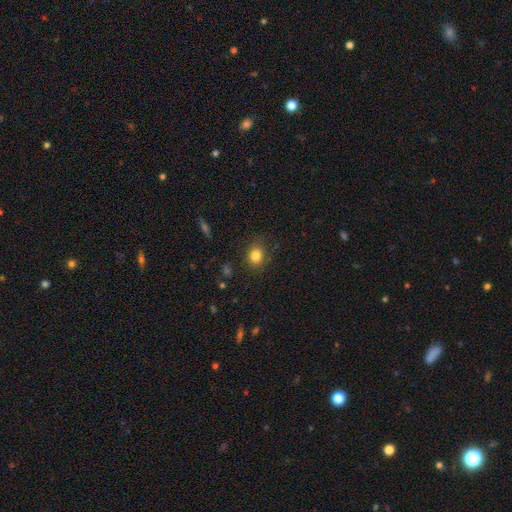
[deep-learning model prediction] smooth_or_featured: smooth (p=0.82) [alt: star or artifact p=0.12]
how_rounded: round (p=0.61) [alt: in between p=0.38]
merging: none (p=0.81) [alt: minor disturbance p=0.14]